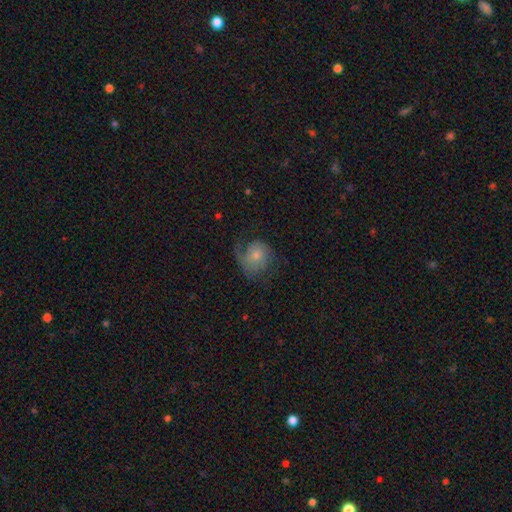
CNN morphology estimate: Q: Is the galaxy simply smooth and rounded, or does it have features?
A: featured or disk — 56%.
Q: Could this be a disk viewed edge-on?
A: no — 97%.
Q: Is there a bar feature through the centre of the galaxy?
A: no — 76%.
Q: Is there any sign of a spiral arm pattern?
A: yes — 86%.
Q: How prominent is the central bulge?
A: small — 54%.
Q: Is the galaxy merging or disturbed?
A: none — 47%.